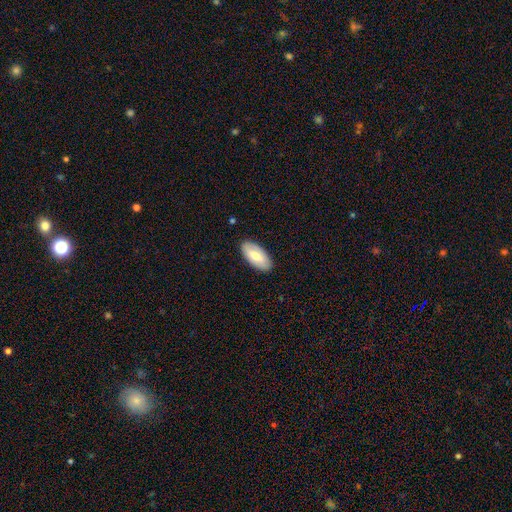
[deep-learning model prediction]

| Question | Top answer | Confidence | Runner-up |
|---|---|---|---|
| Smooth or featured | smooth | 67% | featured or disk (28%) |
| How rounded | in between | 92% | cigar-shaped (6%) |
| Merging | none | 88% | minor disturbance (9%) |